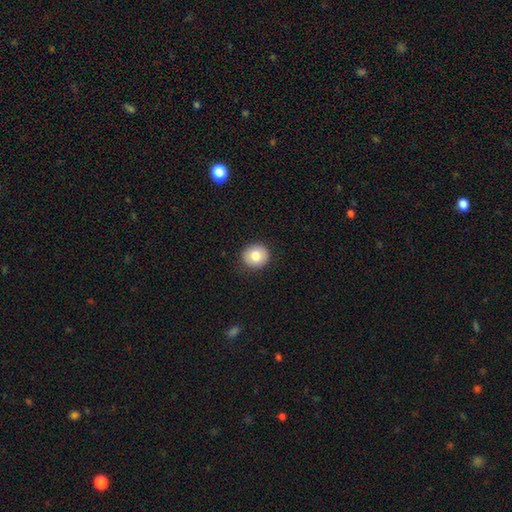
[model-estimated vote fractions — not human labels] Smooth or featured?
  - smooth: 81% *
  - featured or disk: 11%
  - star or artifact: 9%
How rounded?
  - round: 85% *
  - in between: 14%
  - cigar-shaped: 1%
Merging?
  - none: 89% *
  - minor disturbance: 8%
  - major disturbance: 2%
  - merger: 1%